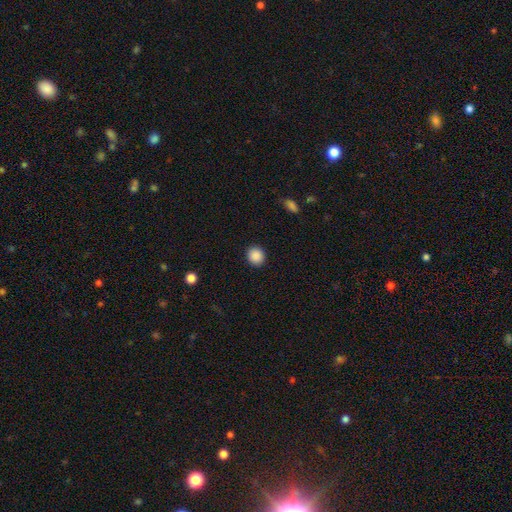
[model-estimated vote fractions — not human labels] A smooth galaxy with no disk features (89%) that is round (86%). Merging: none (92%).